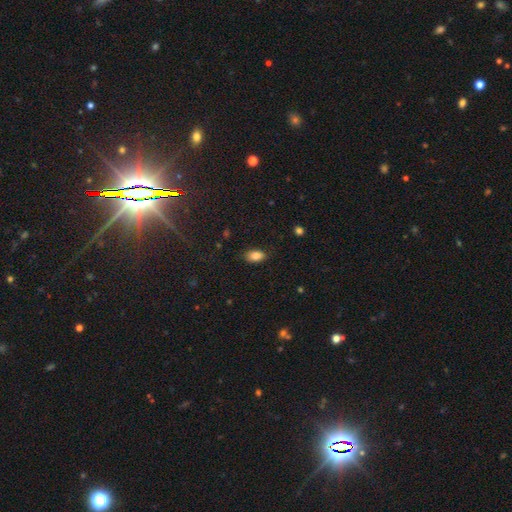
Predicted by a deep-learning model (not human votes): smooth_or_featured: smooth (p=0.83) [alt: star or artifact p=0.09]
how_rounded: in between (p=0.90) [alt: round p=0.07]
merging: none (p=0.83) [alt: minor disturbance p=0.13]